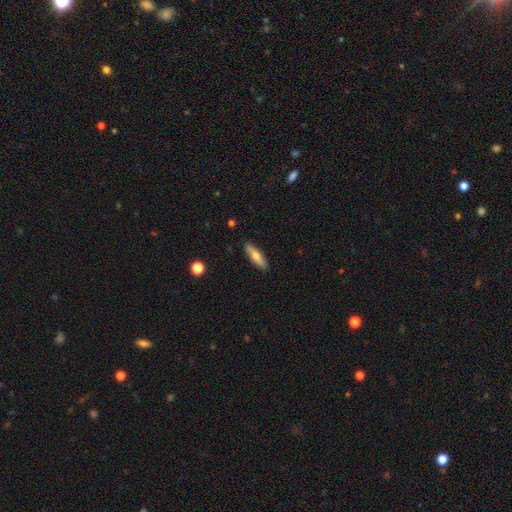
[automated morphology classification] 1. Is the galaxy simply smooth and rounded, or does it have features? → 66% smooth, 28% featured or disk, 6% star or artifact.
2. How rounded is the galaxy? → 67% cigar-shaped, 31% in between, 2% round.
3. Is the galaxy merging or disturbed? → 88% none, 9% minor disturbance, 2% major disturbance, 1% merger.